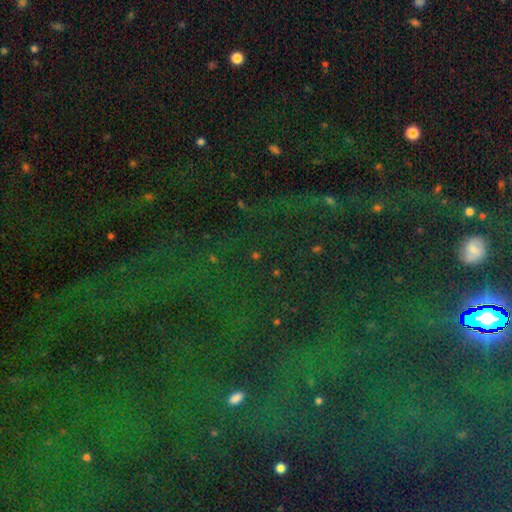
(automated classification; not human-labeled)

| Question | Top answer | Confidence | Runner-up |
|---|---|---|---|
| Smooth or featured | star or artifact | 74% | smooth (17%) |